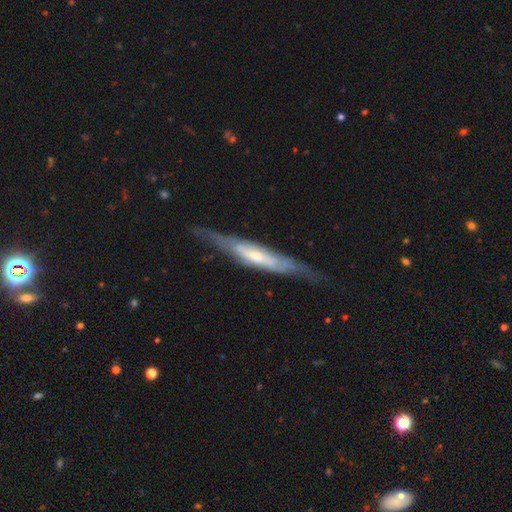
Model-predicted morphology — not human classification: type=featured or disk (71%); edge-on=yes (68%); merging=none (65%).